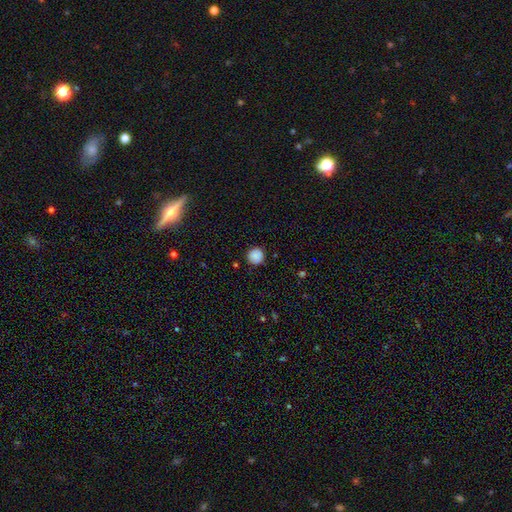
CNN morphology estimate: A smooth galaxy with no disk features (82%) that is round (93%). Merging: none (84%).